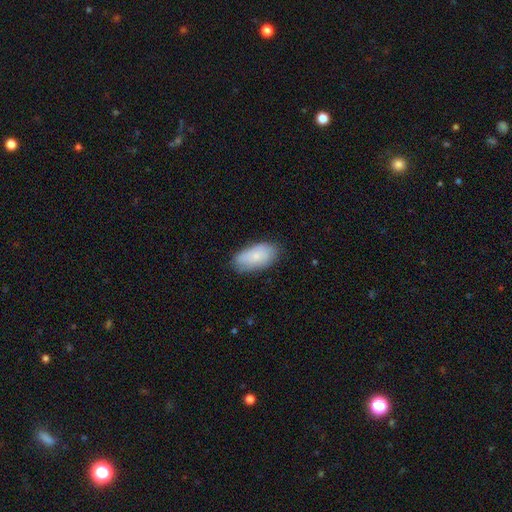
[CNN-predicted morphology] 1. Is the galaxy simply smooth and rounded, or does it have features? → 76% smooth, 17% featured or disk, 6% star or artifact.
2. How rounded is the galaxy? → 93% in between, 4% cigar-shaped, 3% round.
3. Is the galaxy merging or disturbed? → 76% none, 19% minor disturbance, 4% major disturbance, 1% merger.